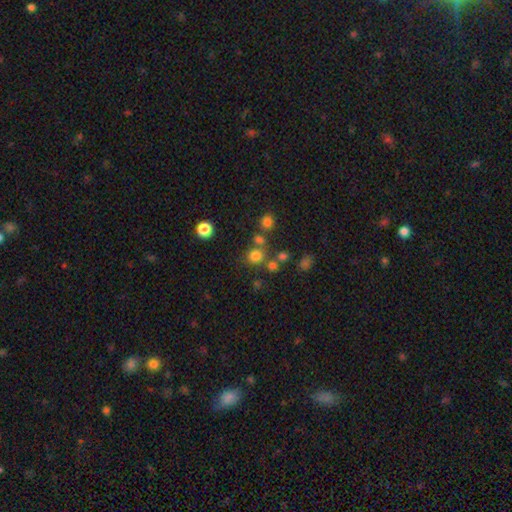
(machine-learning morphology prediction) This appears to be a smooth galaxy with no disk features (75%) that is round (85%). Merging: none (68%).